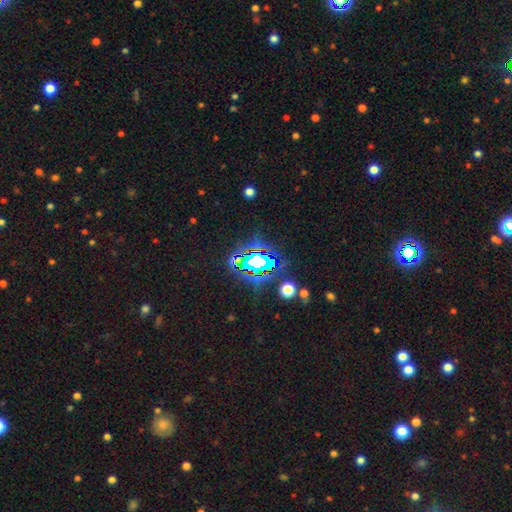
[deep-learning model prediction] Overall: star or artifact (71%).